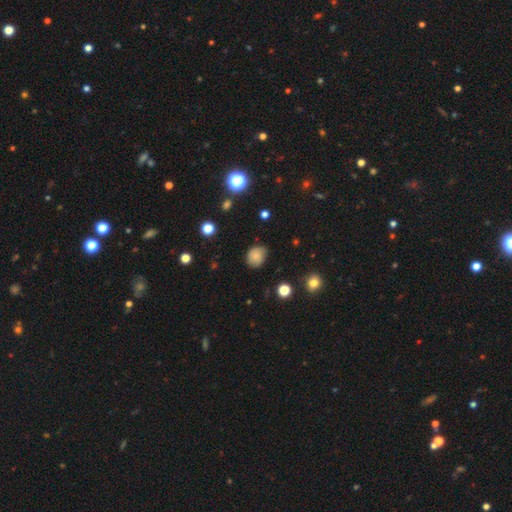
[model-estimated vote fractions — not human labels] Overall: smooth (80%). How rounded: round (64%; in between 35%). Merging: none (68%).